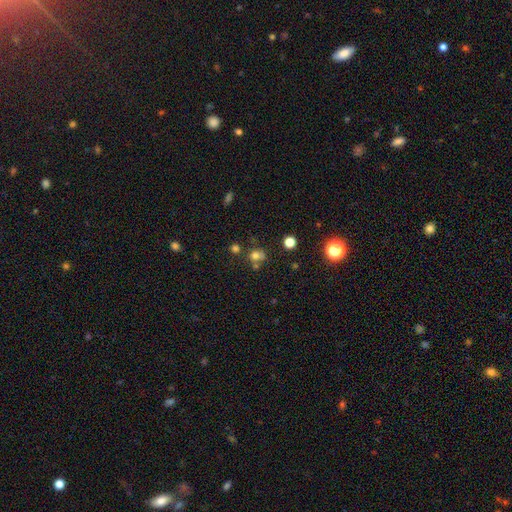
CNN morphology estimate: A smooth galaxy with no disk features (66%) that is round (77%). Merging: none (51%).